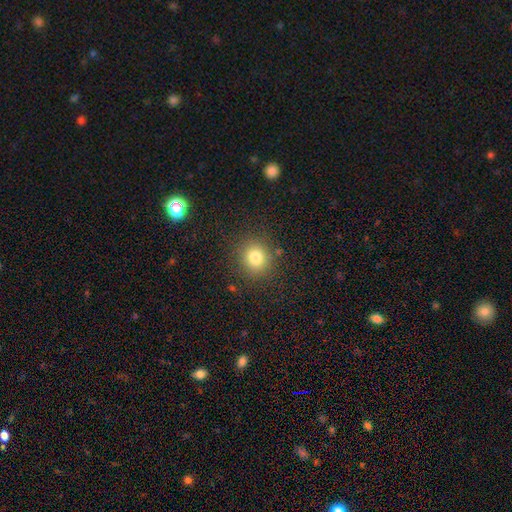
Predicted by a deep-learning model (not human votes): Smooth or featured?
  - smooth: 74% *
  - star or artifact: 20%
  - featured or disk: 6%
How rounded?
  - round: 91% *
  - in between: 8%
  - cigar-shaped: 1%
Merging?
  - none: 91% *
  - minor disturbance: 5%
  - major disturbance: 2%
  - merger: 1%